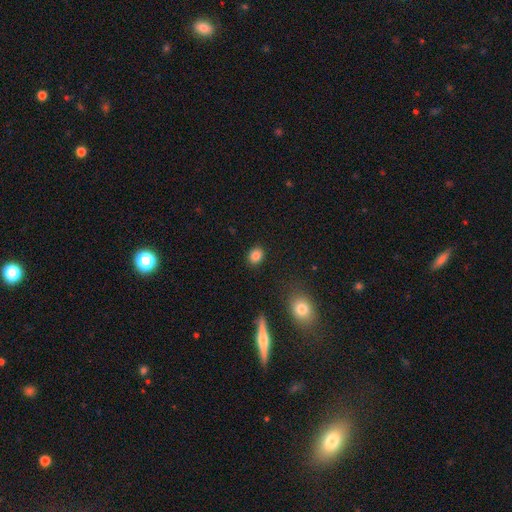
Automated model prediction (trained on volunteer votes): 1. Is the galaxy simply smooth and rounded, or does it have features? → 85% smooth, 10% star or artifact, 5% featured or disk.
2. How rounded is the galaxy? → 54% round, 45% in between, 1% cigar-shaped.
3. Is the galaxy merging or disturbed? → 89% none, 8% minor disturbance, 2% major disturbance, 1% merger.